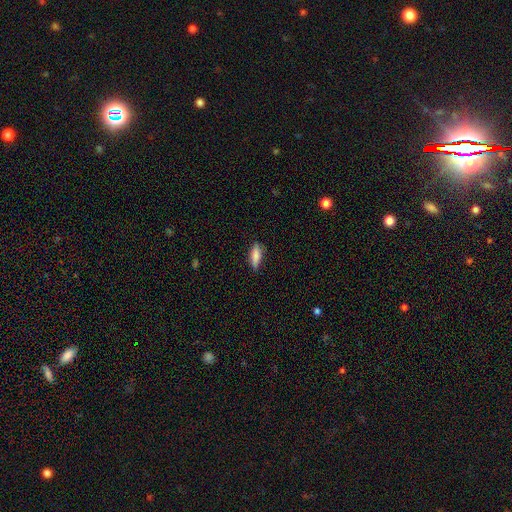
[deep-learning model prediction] A smooth galaxy with no disk features (79%) that is in between round and cigar-shaped (51%). Merging: none (81%).